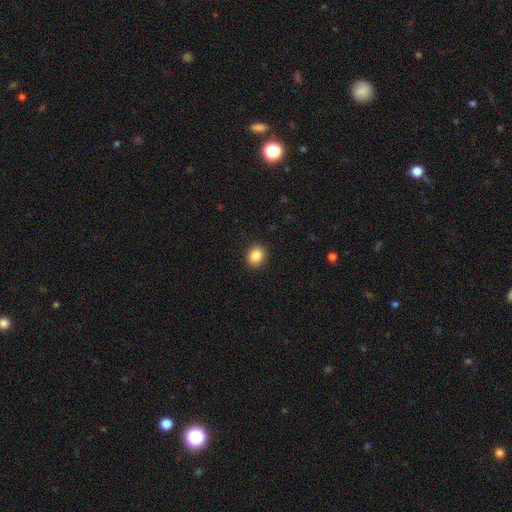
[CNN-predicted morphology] Smooth or featured: smooth — 86% (star or artifact — 9%)
How rounded: round — 68% (in between — 31%)
Merging: none — 91% (minor disturbance — 6%)